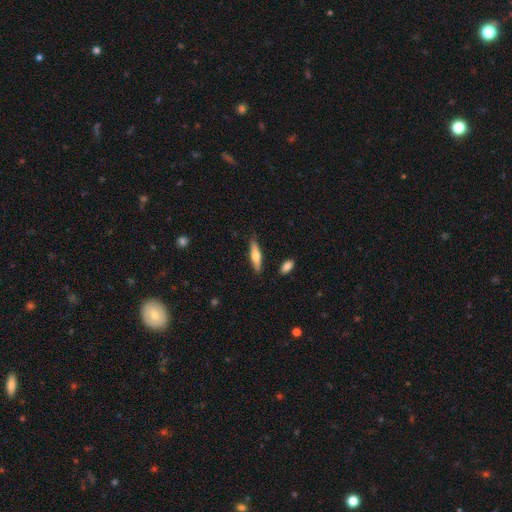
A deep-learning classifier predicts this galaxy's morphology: Smooth or featured? Predicted: smooth (p=0.48). Merging? Predicted: none (p=0.86).